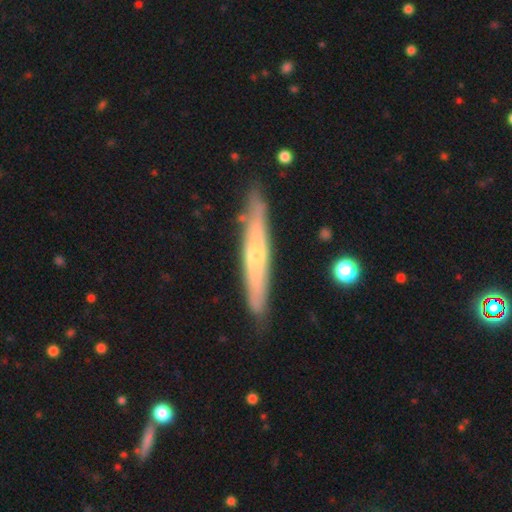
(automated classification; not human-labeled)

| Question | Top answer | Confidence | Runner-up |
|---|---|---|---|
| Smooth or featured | featured or disk | 60% | smooth (34%) |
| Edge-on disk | yes | 85% | no (15%) |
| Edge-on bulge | rounded | 63% | none (34%) |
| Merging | none | 82% | minor disturbance (13%) |